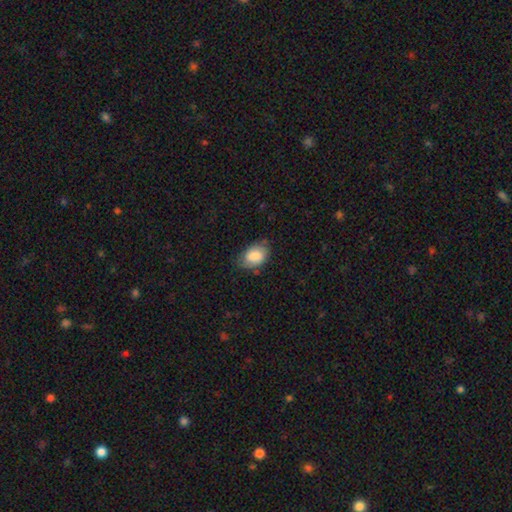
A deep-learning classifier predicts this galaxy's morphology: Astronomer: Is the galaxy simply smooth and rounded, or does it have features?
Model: smooth — 83%.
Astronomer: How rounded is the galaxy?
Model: in between — 85%.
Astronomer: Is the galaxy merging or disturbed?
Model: none — 70%.